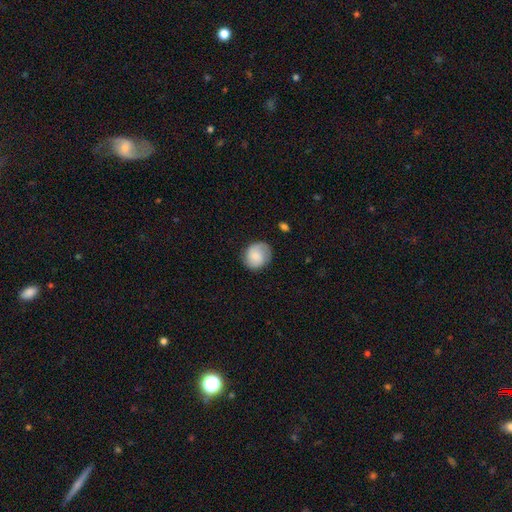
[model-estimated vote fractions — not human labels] Smooth or featured? smooth (67%)
How rounded? round (75%)
Merging? none (76%)